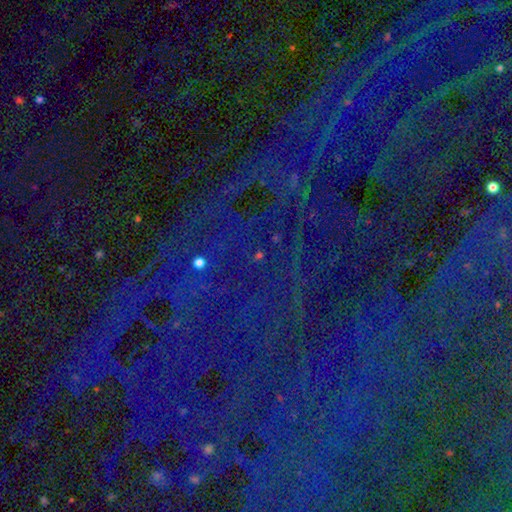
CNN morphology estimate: Q: Smooth or featured?
A: star or artifact (84%); runner-up: smooth (8%)